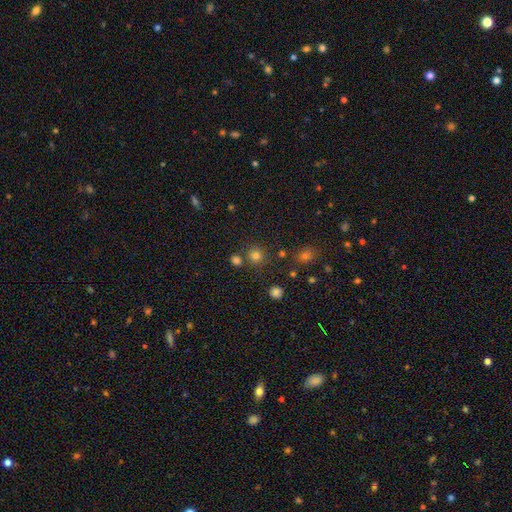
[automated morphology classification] Overall: smooth (76%). How rounded: round (91%). Merging: none (77%).